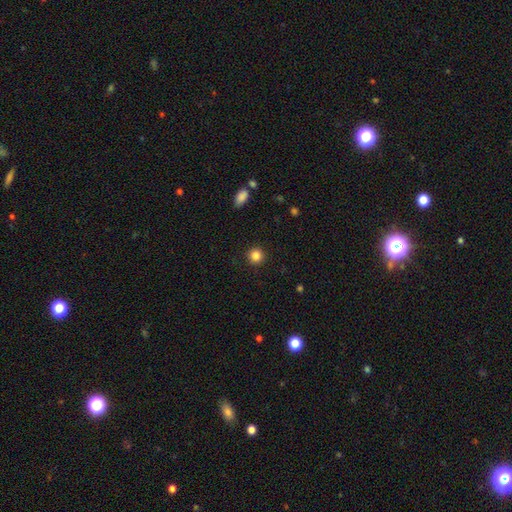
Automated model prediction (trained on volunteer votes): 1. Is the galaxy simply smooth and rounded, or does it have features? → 85% smooth, 11% star or artifact, 4% featured or disk.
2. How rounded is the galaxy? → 94% round, 5% in between, 1% cigar-shaped.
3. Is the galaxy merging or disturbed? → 92% none, 5% minor disturbance, 2% major disturbance, 1% merger.